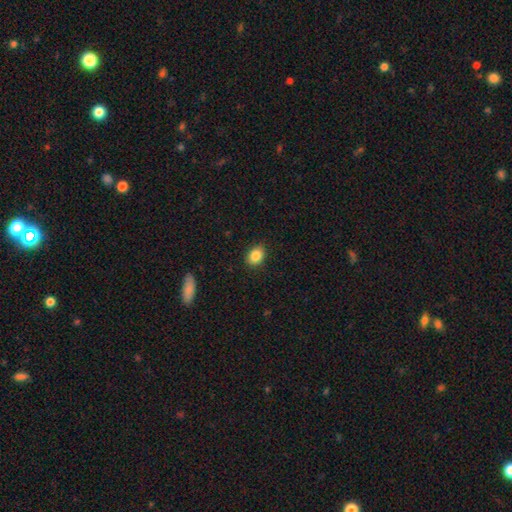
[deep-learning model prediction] Overall: smooth (86%). How rounded: in between (60%; round 39%). Merging: none (87%).